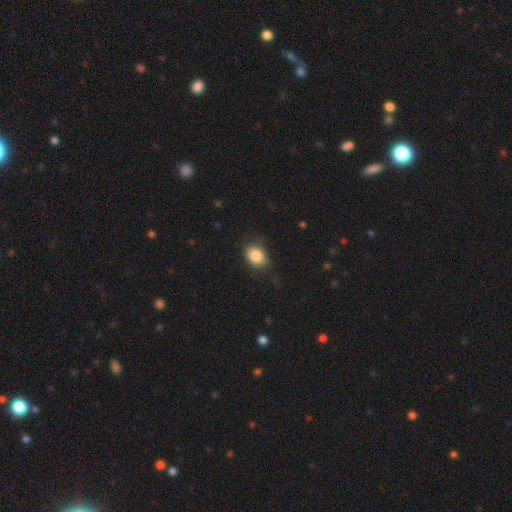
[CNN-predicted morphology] This appears to be a smooth galaxy with no disk features (84%) that is in between round and cigar-shaped (57%). Merging: none (68%).